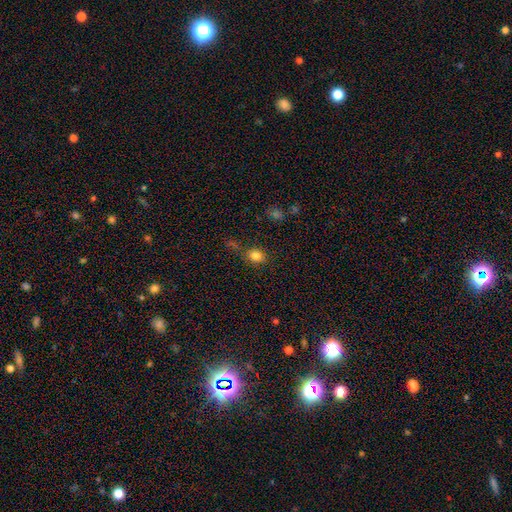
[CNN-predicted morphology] Smooth or featured? smooth (81%)
How rounded? round (58%)
Merging? none (77%)